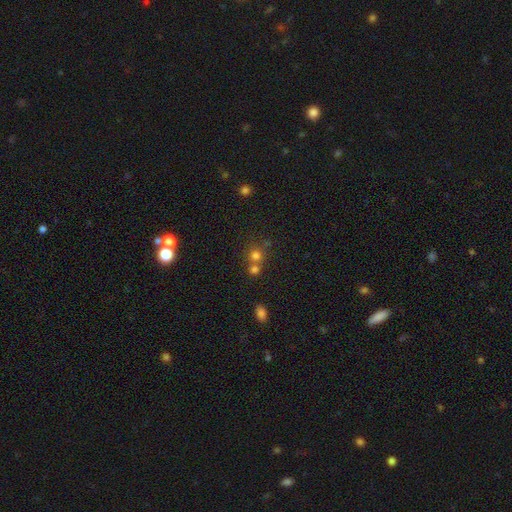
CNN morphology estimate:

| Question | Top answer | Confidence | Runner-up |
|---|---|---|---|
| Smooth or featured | smooth | 74% | star or artifact (17%) |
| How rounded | round | 87% | in between (12%) |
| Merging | none | 51% | merger (40%) |